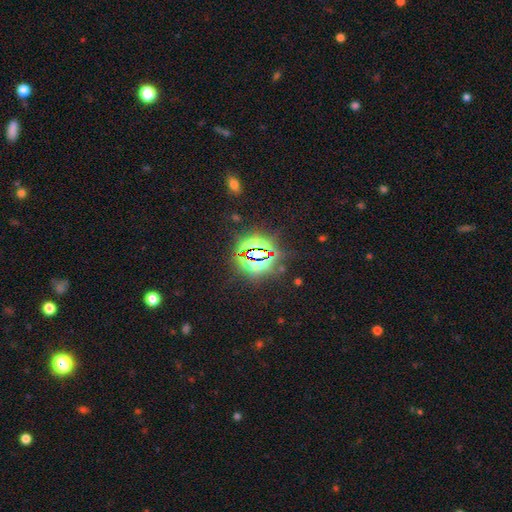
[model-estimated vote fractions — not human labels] Morphology: type=star or artifact (82%).